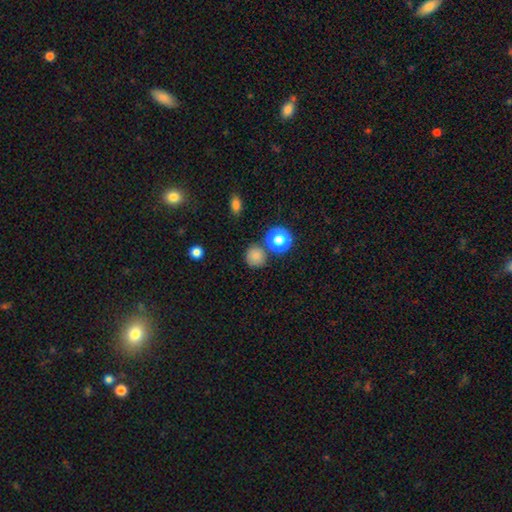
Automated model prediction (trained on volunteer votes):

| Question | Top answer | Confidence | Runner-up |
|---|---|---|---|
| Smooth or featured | smooth | 79% | star or artifact (15%) |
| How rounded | round | 91% | in between (8%) |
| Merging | none | 80% | minor disturbance (10%) |